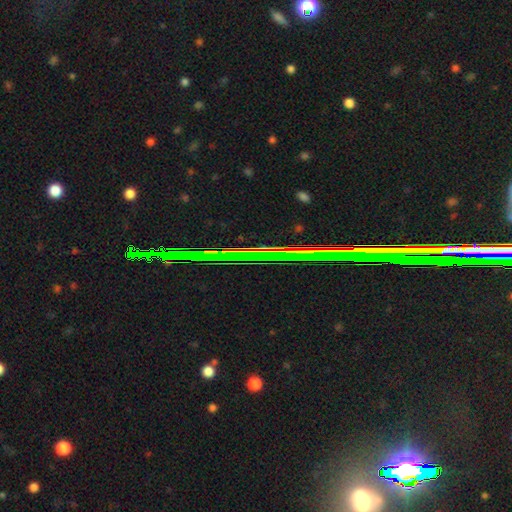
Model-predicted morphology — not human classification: A star or artifact, not a galaxy (79%).